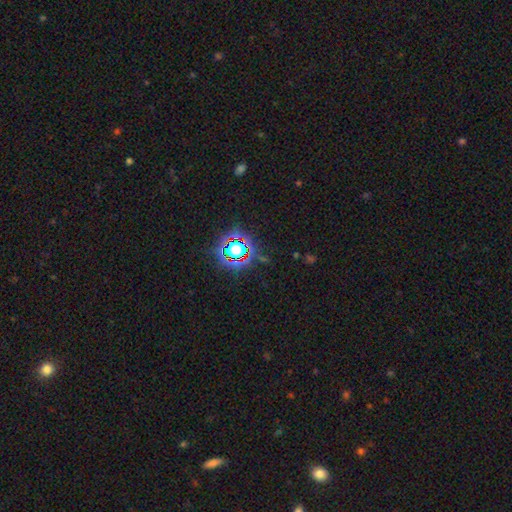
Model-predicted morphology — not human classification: This appears to be a star or artifact, not a galaxy (80%).